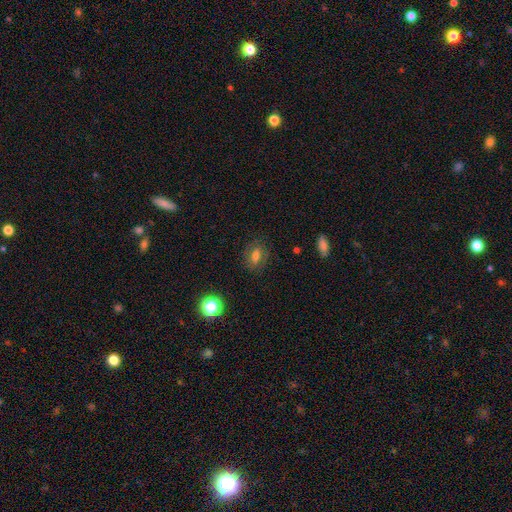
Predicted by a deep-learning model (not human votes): Smooth or featured?
  - smooth: 55% *
  - featured or disk: 30%
  - star or artifact: 15%
How rounded?
  - in between: 67% *
  - round: 27%
  - cigar-shaped: 5%
Merging?
  - none: 81% *
  - minor disturbance: 12%
  - major disturbance: 5%
  - merger: 1%